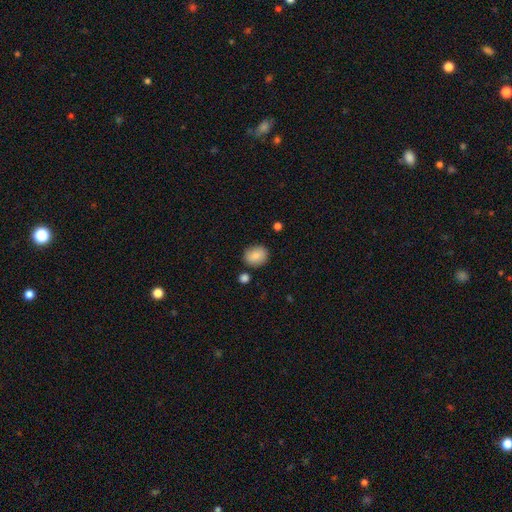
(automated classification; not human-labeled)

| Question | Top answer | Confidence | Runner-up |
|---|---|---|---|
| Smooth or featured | smooth | 82% | featured or disk (10%) |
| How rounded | round | 61% | in between (38%) |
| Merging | none | 81% | minor disturbance (12%) |